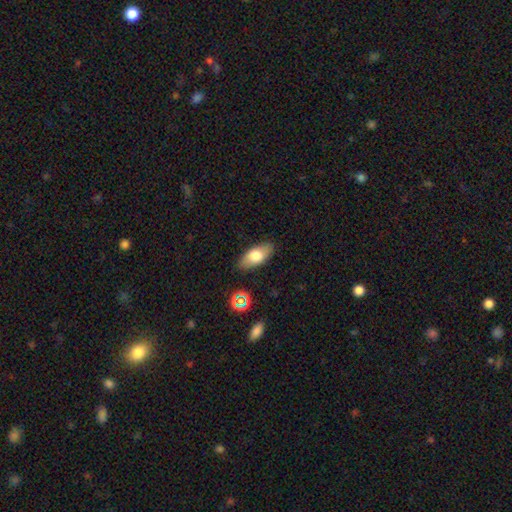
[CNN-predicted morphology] The model was most divided on "smooth or featured": smooth: 72%, featured or disk: 20%, star or artifact: 8%. More confident: how rounded — in between (87%); merging — none (85%).